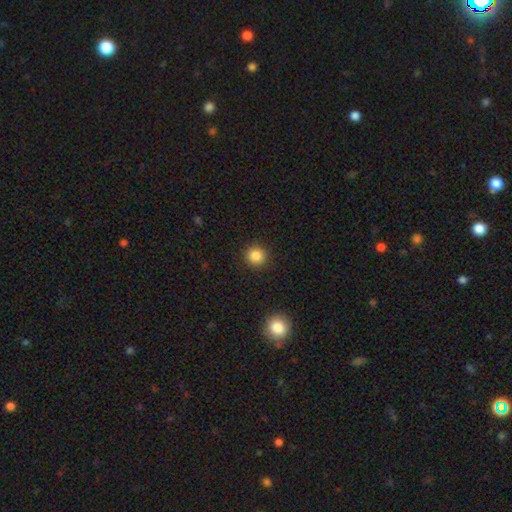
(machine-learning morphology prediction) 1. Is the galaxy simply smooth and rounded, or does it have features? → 85% smooth, 11% star or artifact, 4% featured or disk.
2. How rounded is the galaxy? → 93% round, 6% in between, 1% cigar-shaped.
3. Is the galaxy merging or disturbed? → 91% none, 5% minor disturbance, 2% major disturbance, 1% merger.